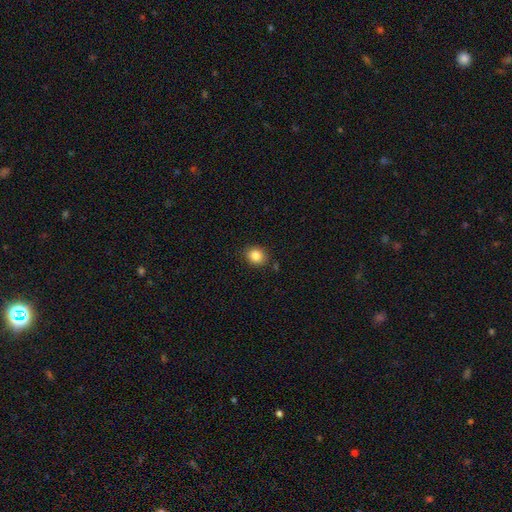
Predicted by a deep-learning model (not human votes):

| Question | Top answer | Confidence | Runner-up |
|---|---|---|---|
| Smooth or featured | smooth | 84% | star or artifact (10%) |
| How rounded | round | 71% | in between (28%) |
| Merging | none | 87% | minor disturbance (9%) |